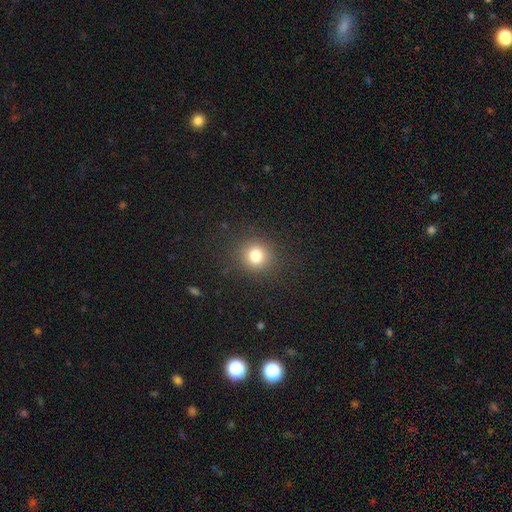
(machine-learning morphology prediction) smooth_or_featured: smooth (p=0.79) [alt: star or artifact p=0.13]
how_rounded: round (p=0.88) [alt: in between p=0.11]
merging: none (p=0.88) [alt: minor disturbance p=0.07]